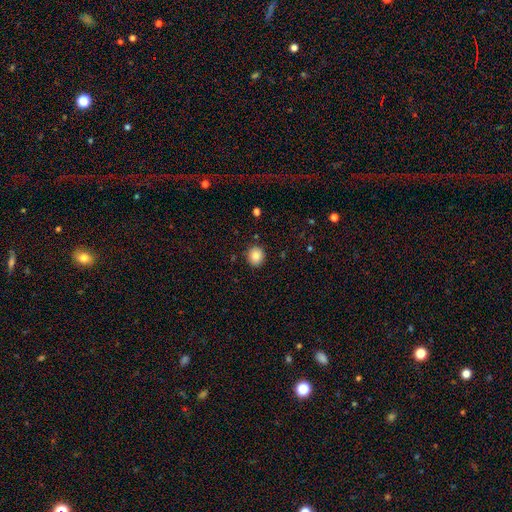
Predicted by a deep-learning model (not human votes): smooth 85%, star or artifact 9%, featured or disk 6%. Down the decision tree: how rounded — round (81%); merging — none (89%).